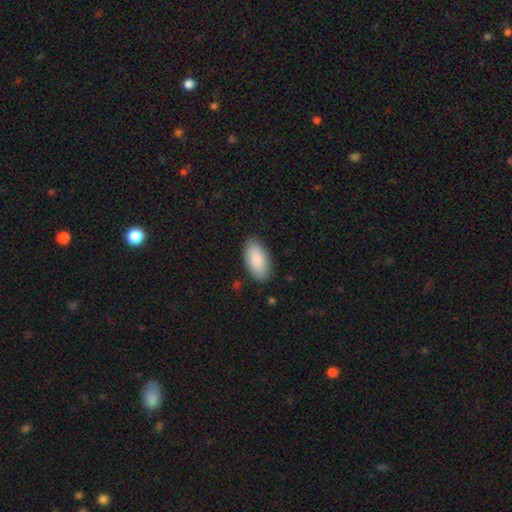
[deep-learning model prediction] A smooth galaxy with no disk features (88%) that is in between round and cigar-shaped (94%).

Vote fractions:
- Smooth or featured? smooth: 88% / featured or disk: 6% / star or artifact: 6%
- How rounded? in between: 94% / cigar-shaped: 4% / round: 2%
- Merging? none: 87% / minor disturbance: 10% / major disturbance: 2% / merger: 1%